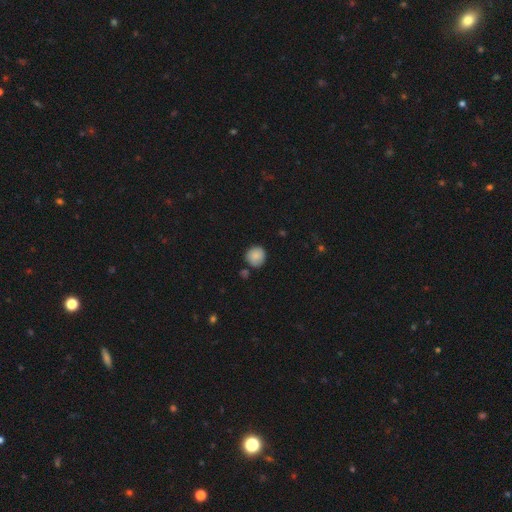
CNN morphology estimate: smooth 86%, star or artifact 8%, featured or disk 6%. Down the decision tree: how rounded — round (90%); merging — none (80%).